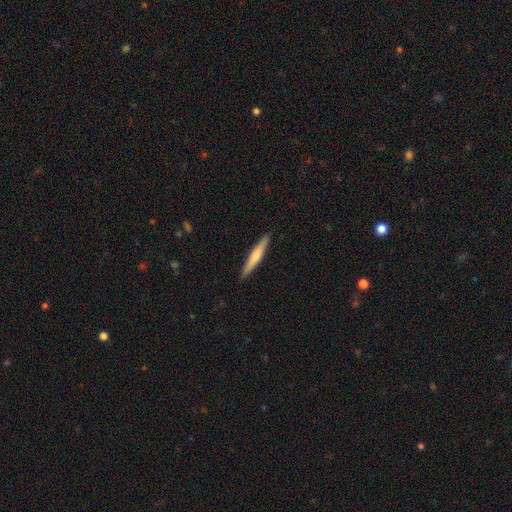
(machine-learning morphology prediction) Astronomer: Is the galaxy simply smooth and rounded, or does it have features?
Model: smooth — 52% (runner-up: featured or disk, 43%).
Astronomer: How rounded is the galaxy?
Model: cigar-shaped — 94%.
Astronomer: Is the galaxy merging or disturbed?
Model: none — 91%.